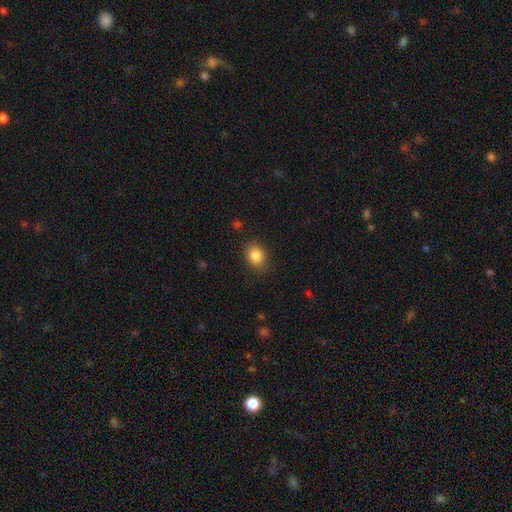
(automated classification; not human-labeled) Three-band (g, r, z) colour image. It shows a smooth galaxy with no disk features (85%) that is round (57%). Merging: none (83%).